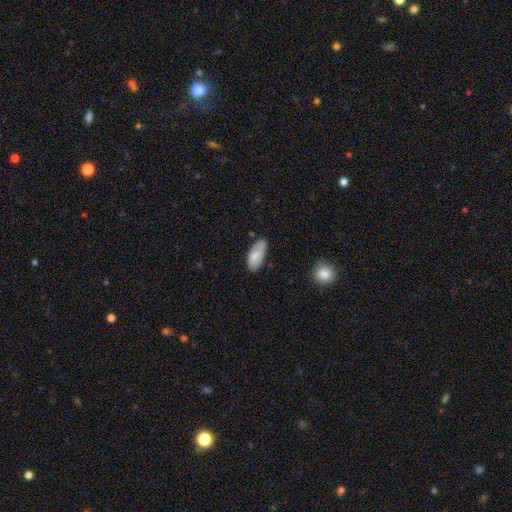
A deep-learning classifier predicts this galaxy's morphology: This is likely a smooth galaxy (80%). How rounded: clearly in between (88%). Merging: likely none (65%).